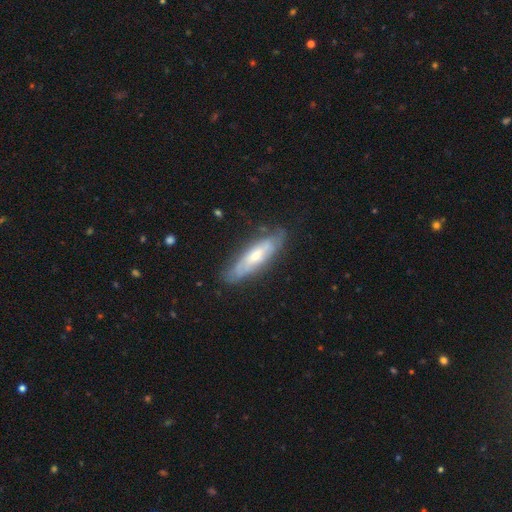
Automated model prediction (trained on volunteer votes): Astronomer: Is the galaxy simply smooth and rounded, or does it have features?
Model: featured or disk — 60%.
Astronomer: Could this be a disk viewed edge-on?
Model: no — 60% (runner-up: yes, 40%).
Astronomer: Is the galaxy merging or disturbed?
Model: none — 76%.